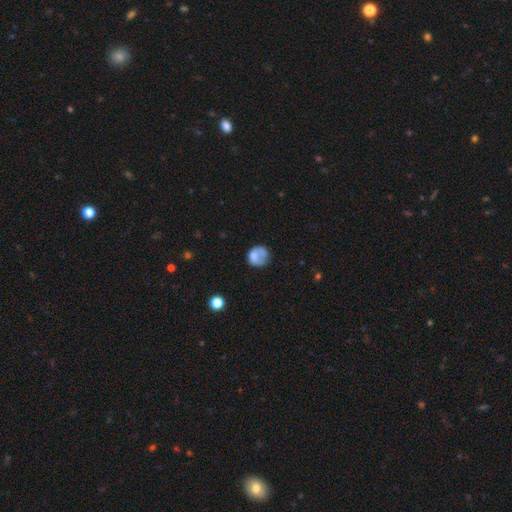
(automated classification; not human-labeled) smooth-or-featured: smooth: 69% | featured or disk: 21% | star or artifact: 9%
  how-rounded: round: 76% | in between: 23% | cigar-shaped: 1%
  merging: none: 48% | minor disturbance: 26% | major disturbance: 20% | merger: 5%